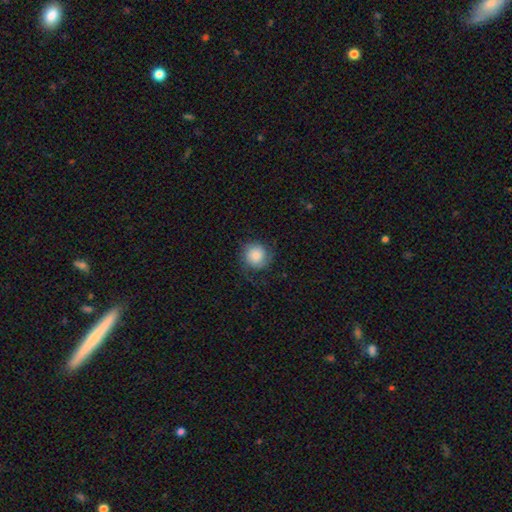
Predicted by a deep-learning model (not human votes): Smooth or featured?
  - smooth: 64% *
  - featured or disk: 27%
  - star or artifact: 8%
How rounded?
  - round: 91% *
  - in between: 8%
  - cigar-shaped: 1%
Merging?
  - none: 70% *
  - minor disturbance: 18%
  - major disturbance: 11%
  - merger: 1%